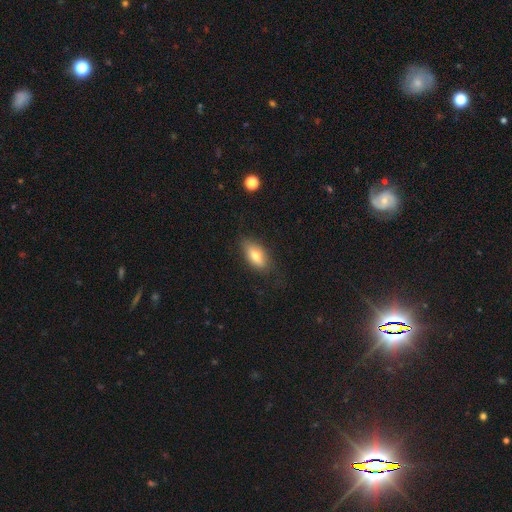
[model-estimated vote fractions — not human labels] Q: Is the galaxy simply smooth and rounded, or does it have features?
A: smooth — 75%.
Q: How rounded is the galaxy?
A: in between — 86%.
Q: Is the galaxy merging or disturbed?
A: none — 73%.